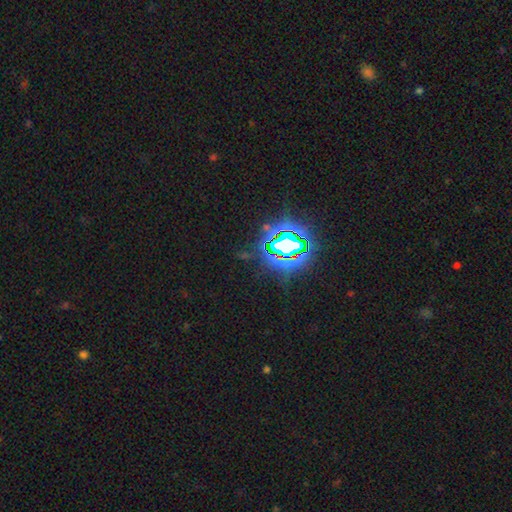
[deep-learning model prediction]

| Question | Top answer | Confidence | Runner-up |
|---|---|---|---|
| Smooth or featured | star or artifact | 84% | smooth (10%) |